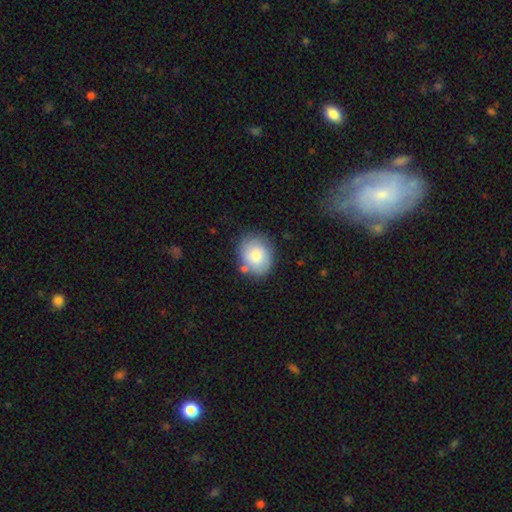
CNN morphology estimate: Overall: smooth (76%). How rounded: round (60%; in between 39%). Merging: none (71%).